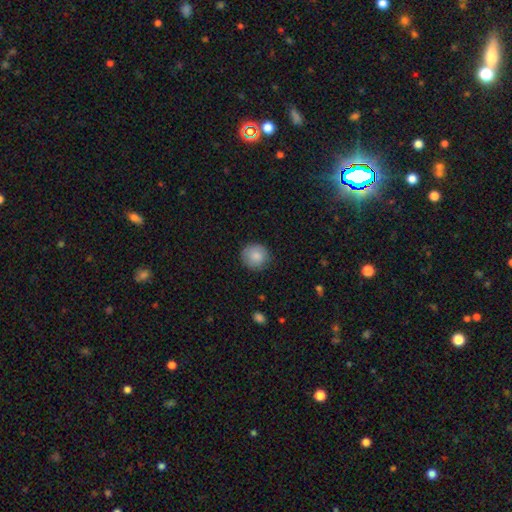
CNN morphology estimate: Smooth or featured? Predicted: smooth (p=0.85). How rounded? Predicted: round (p=0.91). Merging? Predicted: none (p=0.84).